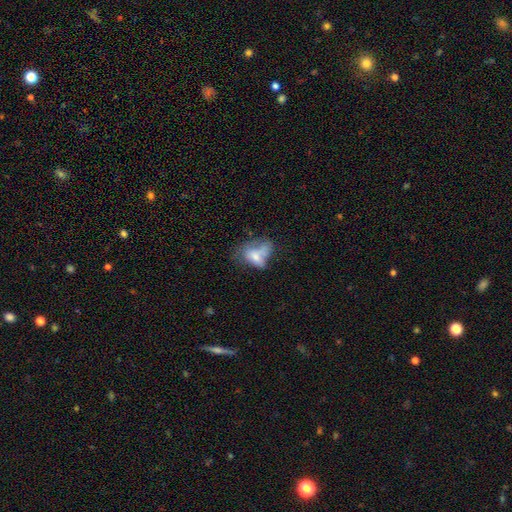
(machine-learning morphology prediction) Smooth or featured?
  - smooth: 62% *
  - featured or disk: 27%
  - star or artifact: 11%
How rounded?
  - in between: 83% *
  - round: 14%
  - cigar-shaped: 3%
Merging?
  - major disturbance: 32% *
  - merger: 24%
  - none: 23%
  - minor disturbance: 21%